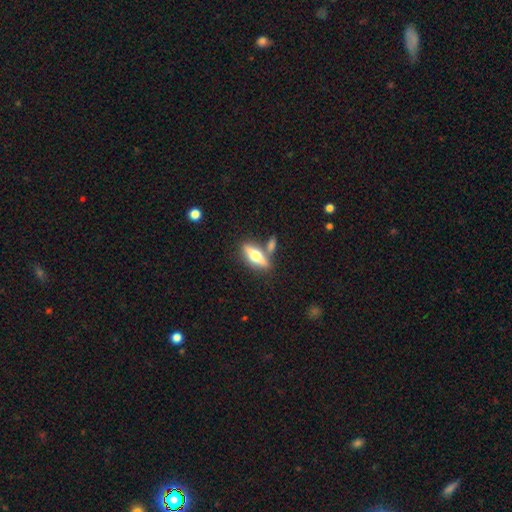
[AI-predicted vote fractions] smooth_or_featured: featured or disk (p=0.52) [alt: smooth p=0.42]
disk_edge_on: yes (p=0.88) [alt: no p=0.12]
merging: none (p=0.67) [alt: merger p=0.17]